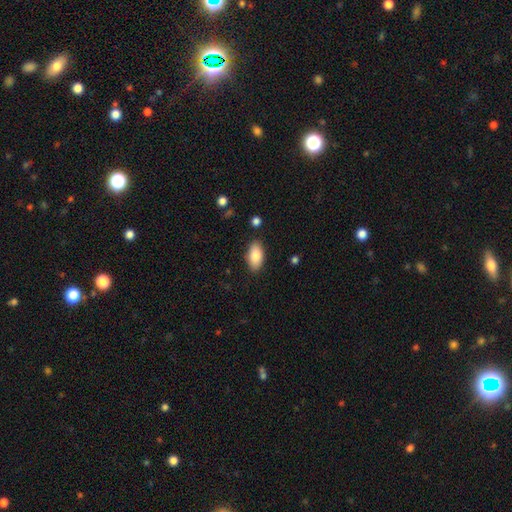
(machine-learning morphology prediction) The model was most divided on "smooth or featured": smooth: 84%, featured or disk: 9%, star or artifact: 6%. More confident: how rounded — in between (92%); merging — none (87%).